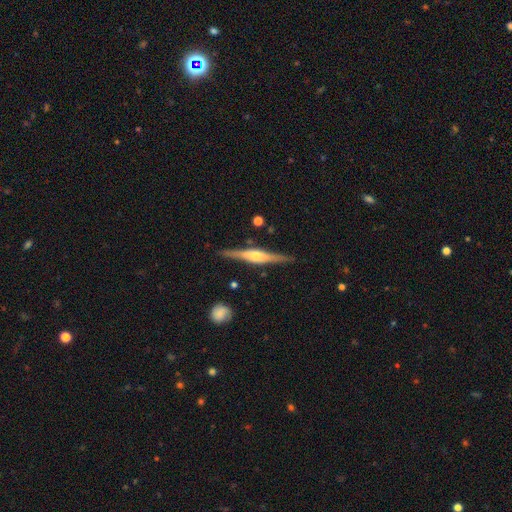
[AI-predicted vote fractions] Smooth or featured? featured or disk (79%)
Edge-on disk? yes (97%)
Edge-on bulge? rounded (80%)
Merging? none (86%)